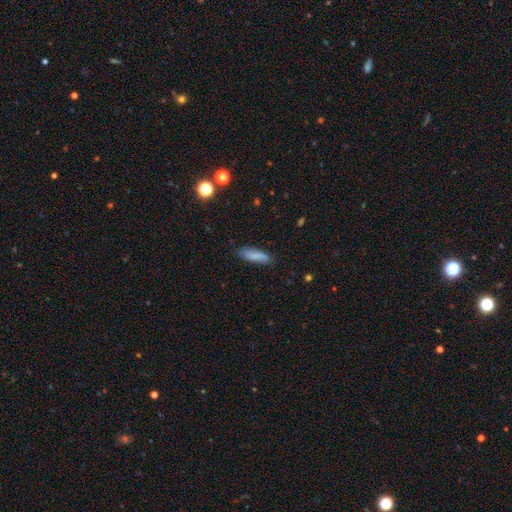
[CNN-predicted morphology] This is clearly a smooth galaxy (83%). How rounded: possibly cigar-shaped (52%). Merging: likely none (78%).